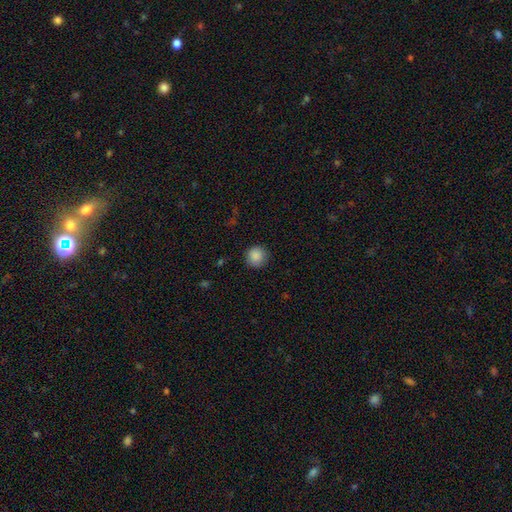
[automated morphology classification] This is clearly a smooth galaxy (88%). How rounded: clearly round (93%). Merging: clearly none (88%).